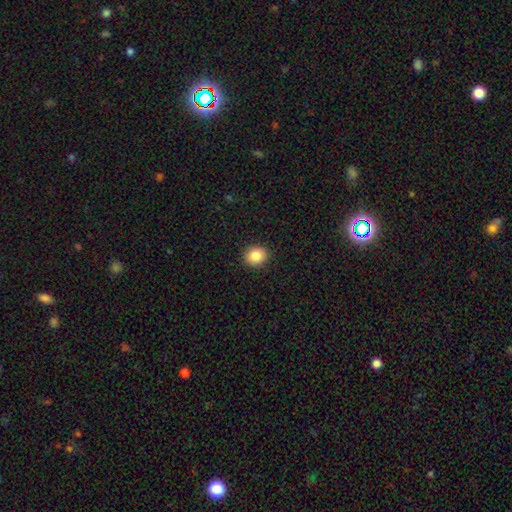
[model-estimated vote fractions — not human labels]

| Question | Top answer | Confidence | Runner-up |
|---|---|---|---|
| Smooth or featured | smooth | 85% | star or artifact (10%) |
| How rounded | round | 78% | in between (21%) |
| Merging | none | 92% | minor disturbance (5%) |